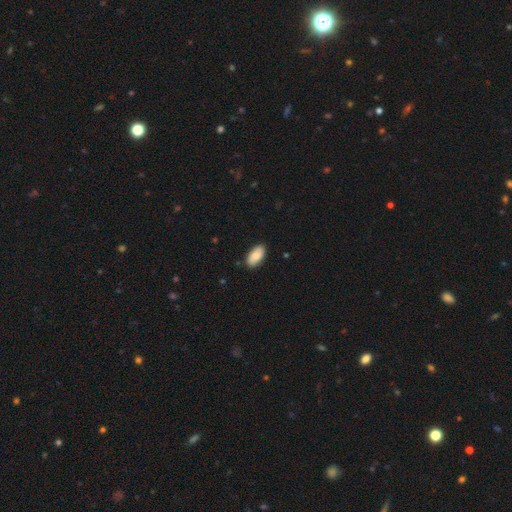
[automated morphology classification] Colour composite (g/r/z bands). It shows a smooth galaxy with no disk features (84%) that is in between round and cigar-shaped (94%). Merging: none (87%).